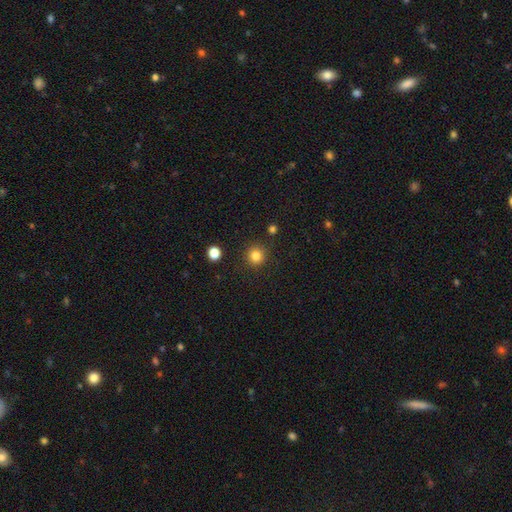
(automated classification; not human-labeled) The model was most divided on "smooth or featured": smooth: 83%, star or artifact: 12%, featured or disk: 5%. More confident: how rounded — round (94%); merging — none (89%).